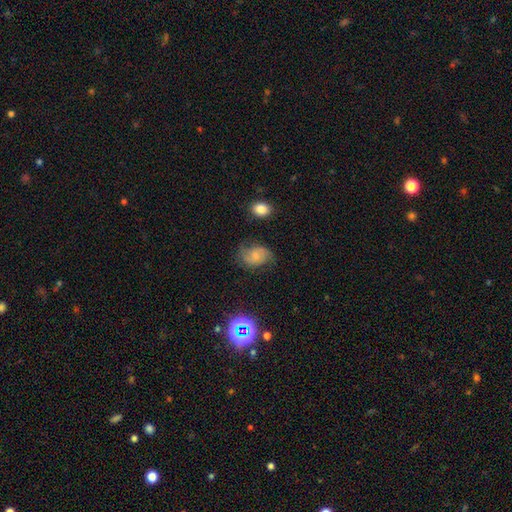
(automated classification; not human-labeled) Q: Smooth or featured?
A: featured or disk (48%); runner-up: smooth (39%)
Q: Merging?
A: none (61%); runner-up: minor disturbance (25%)